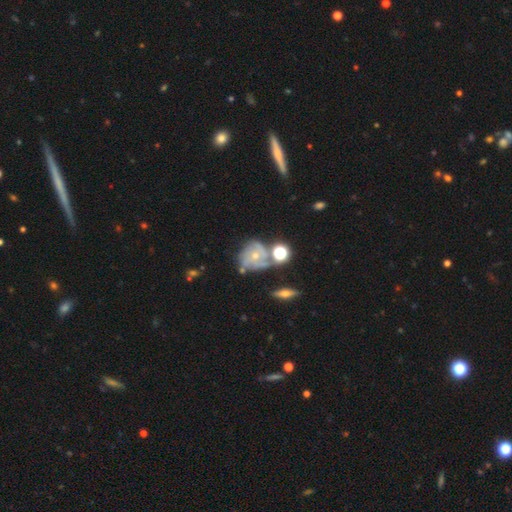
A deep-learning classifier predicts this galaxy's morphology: Overall: featured or disk (70%). Edge-on disk: no (96%). Bar: no (80%). Spiral arms: yes (85%). Spiral arm count: 3 (34%; can't tell 28%). Spiral winding: tight (51%; medium 36%). Bulge size: small (61%; moderate 35%). Merging: none (45%; minor disturbance 22%).